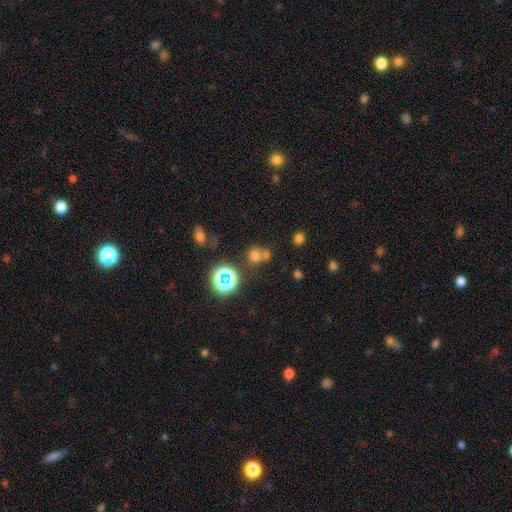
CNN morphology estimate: smooth_or_featured: smooth (p=0.62) [alt: star or artifact p=0.29]
how_rounded: round (p=0.79) [alt: in between p=0.20]
merging: none (p=0.50) [alt: merger p=0.36]